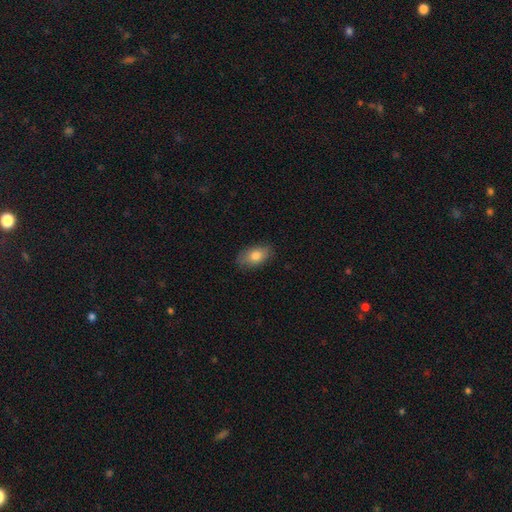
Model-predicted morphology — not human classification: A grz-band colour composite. It shows a smooth galaxy with no disk features (81%) that is in between round and cigar-shaped (90%). Merging: none (83%).